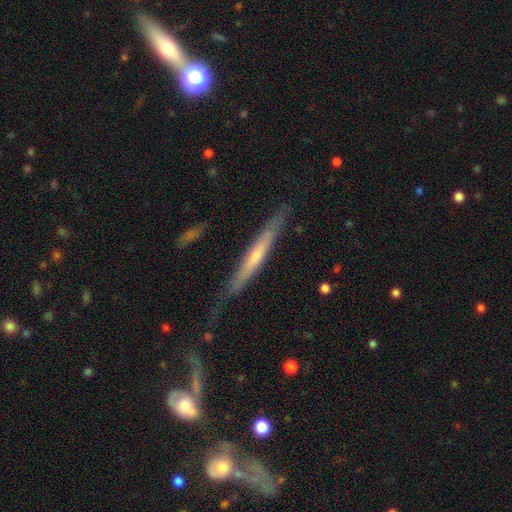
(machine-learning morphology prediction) smooth_or_featured: featured or disk (p=0.65) [alt: smooth p=0.28]
disk_edge_on: yes (p=0.88) [alt: no p=0.12]
edge_on_bulge: rounded (p=0.47) [tied with: none p=0.47]
merging: none (p=0.68) [alt: minor disturbance p=0.21]